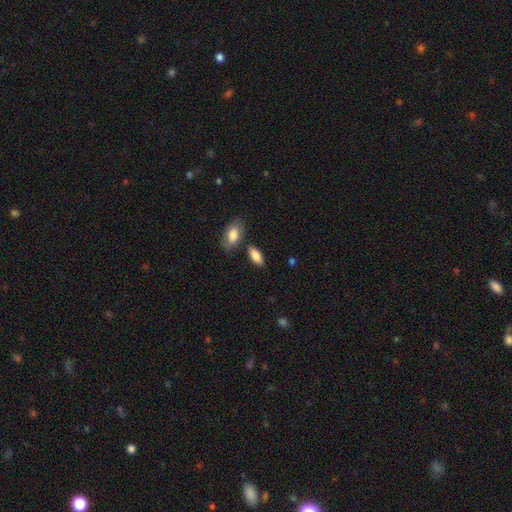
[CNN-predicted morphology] smooth 86%, featured or disk 8%, star or artifact 6%. Down the decision tree: how rounded — in between (88%); merging — none (77%).